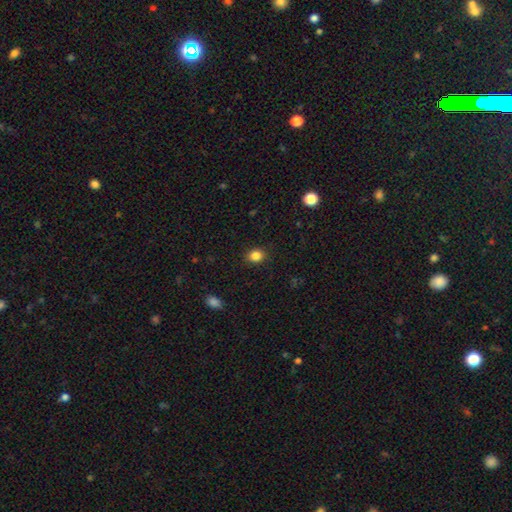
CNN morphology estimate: smooth_or_featured: smooth (p=0.85) [alt: star or artifact p=0.11]
how_rounded: round (p=0.59) [alt: in between p=0.40]
merging: none (p=0.88) [alt: minor disturbance p=0.08]